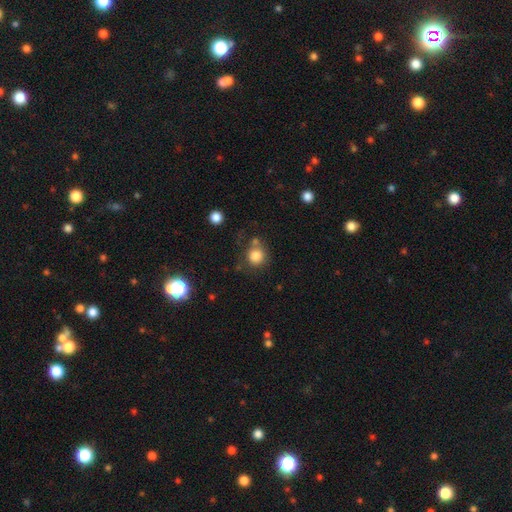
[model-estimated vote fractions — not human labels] Smooth or featured? smooth (83%)
How rounded? round (88%)
Merging? none (66%)